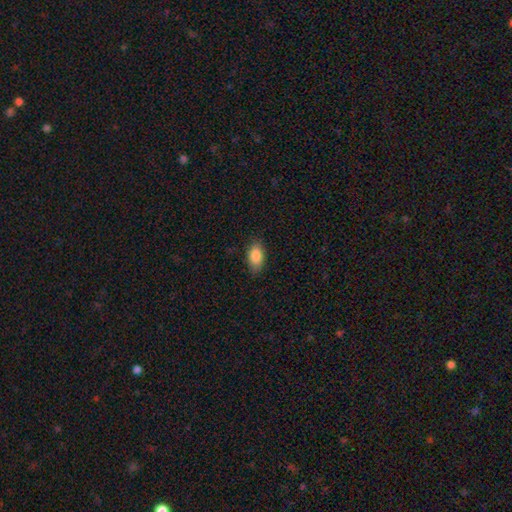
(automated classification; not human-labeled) Morphology: type=smooth (86%); roundness=in between (91%); merging=none (84%).